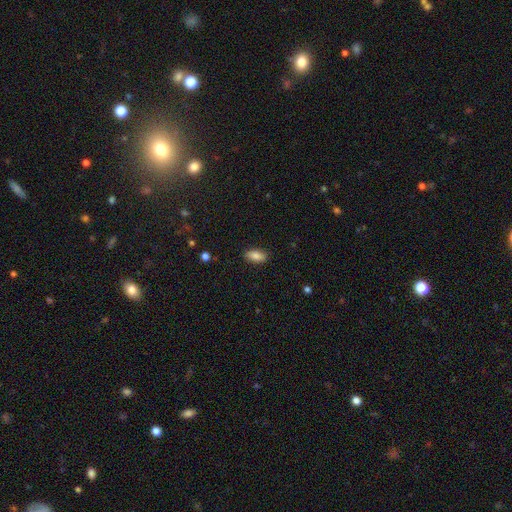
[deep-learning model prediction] The model was most divided on "smooth or featured": smooth: 85%, featured or disk: 8%, star or artifact: 7%. More confident: how rounded — in between (89%); merging — none (88%).